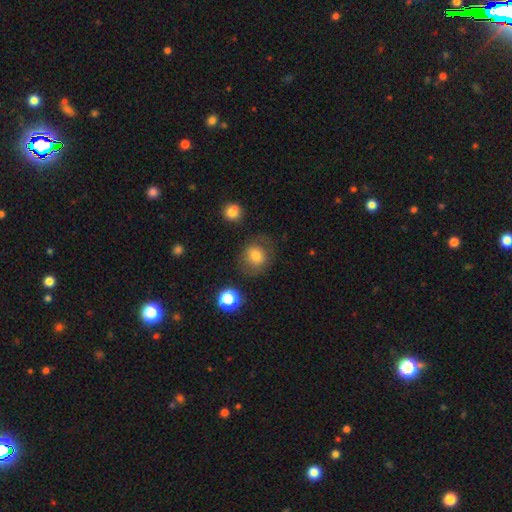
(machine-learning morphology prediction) Smooth or featured?
  - smooth: 78% *
  - featured or disk: 12%
  - star or artifact: 10%
How rounded?
  - round: 80% *
  - in between: 19%
  - cigar-shaped: 1%
Merging?
  - none: 72% *
  - minor disturbance: 16%
  - major disturbance: 9%
  - merger: 3%